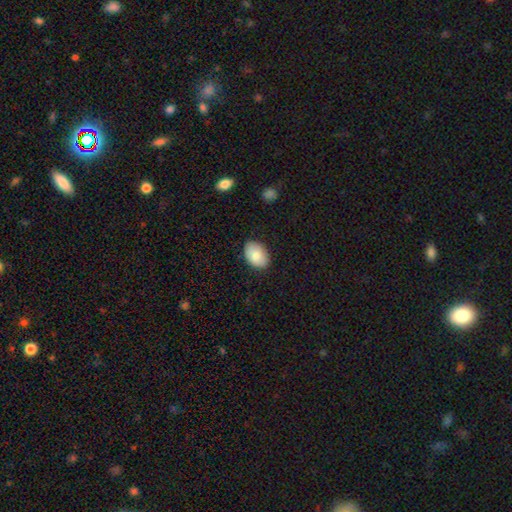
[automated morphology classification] Smooth or featured?
  - smooth: 83% *
  - featured or disk: 10%
  - star or artifact: 7%
How rounded?
  - in between: 86% *
  - round: 13%
  - cigar-shaped: 1%
Merging?
  - none: 85% *
  - minor disturbance: 11%
  - major disturbance: 2%
  - merger: 1%